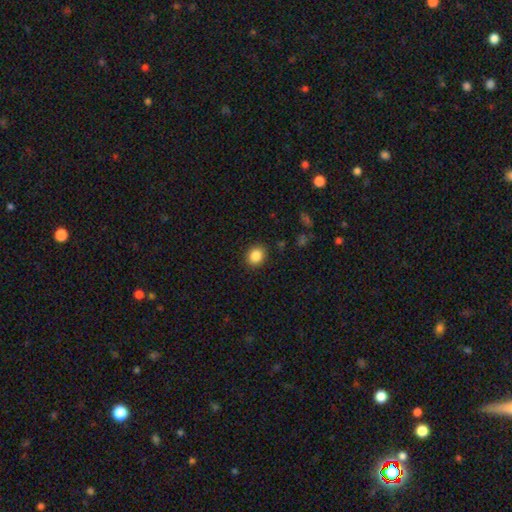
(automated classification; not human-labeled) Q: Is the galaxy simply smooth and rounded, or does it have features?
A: smooth — 86%.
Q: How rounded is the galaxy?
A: round — 66%.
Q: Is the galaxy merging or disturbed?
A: none — 89%.